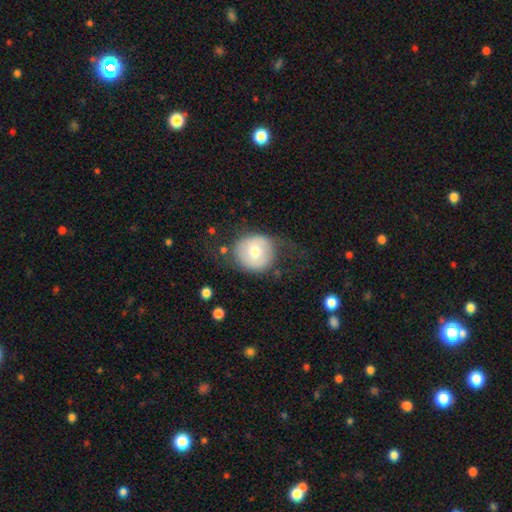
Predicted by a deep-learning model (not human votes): Smooth or featured? Predicted: smooth (p=0.60). How rounded? Predicted: round (p=0.86). Merging? Predicted: none (p=0.54).